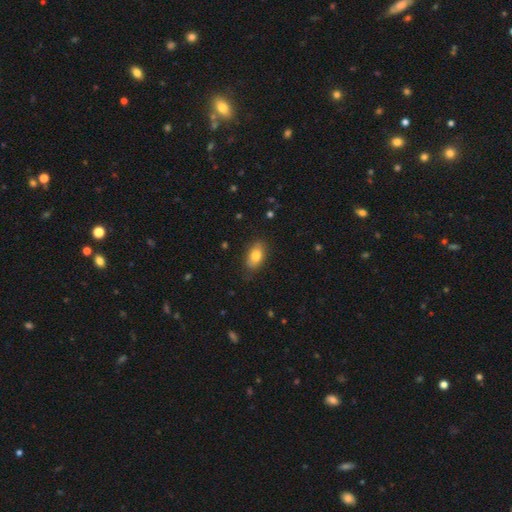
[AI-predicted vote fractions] Q: Smooth or featured?
A: smooth (80%); runner-up: featured or disk (13%)
Q: How rounded?
A: in between (90%); runner-up: round (7%)
Q: Merging?
A: none (81%); runner-up: minor disturbance (15%)